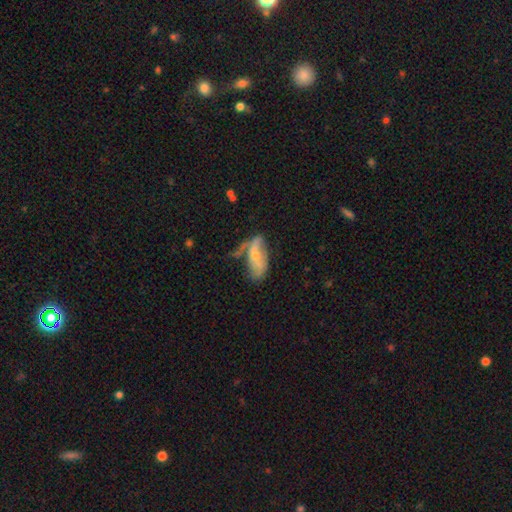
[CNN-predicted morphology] A featured or disk galaxy (53%). Merging: none (33%).